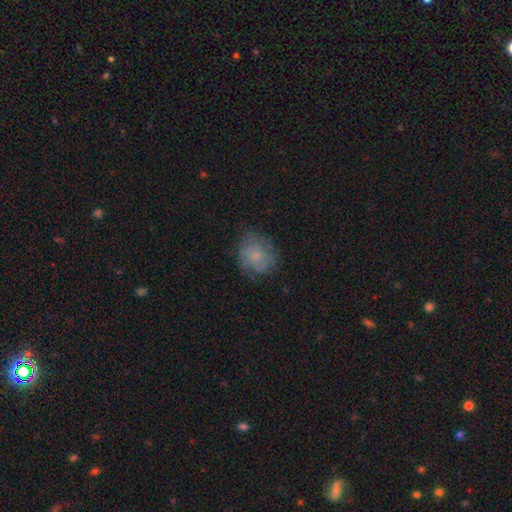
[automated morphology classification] Smooth or featured? smooth (60%)
How rounded? round (66%)
Merging? none (67%)